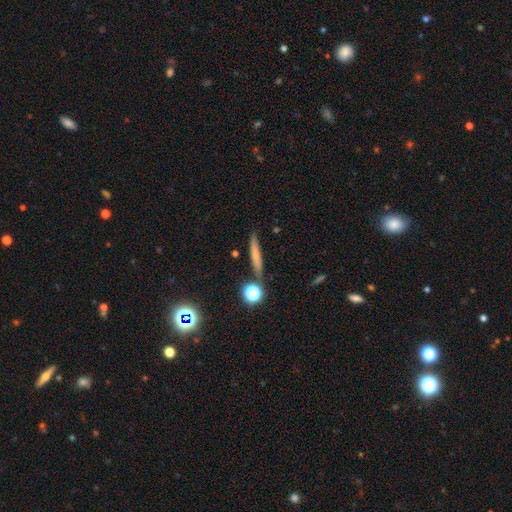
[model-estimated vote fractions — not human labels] This appears to be a smooth galaxy with no disk features (60%) that is cigar-shaped (86%). Merging: none (80%).